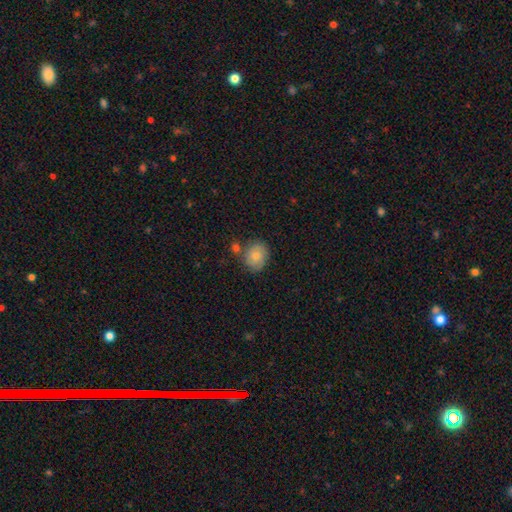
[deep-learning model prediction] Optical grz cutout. It shows a smooth galaxy with no disk features (75%) that is round (61%). Merging: none (67%).